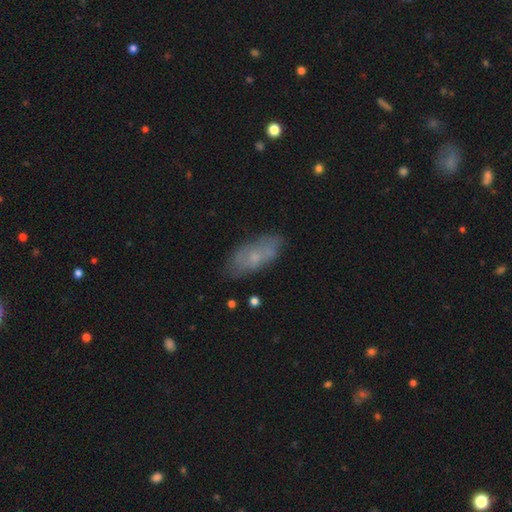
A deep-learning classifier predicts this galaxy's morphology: Overall: smooth (52%; featured or disk 39%). How rounded: in between (83%). Merging: none (72%).